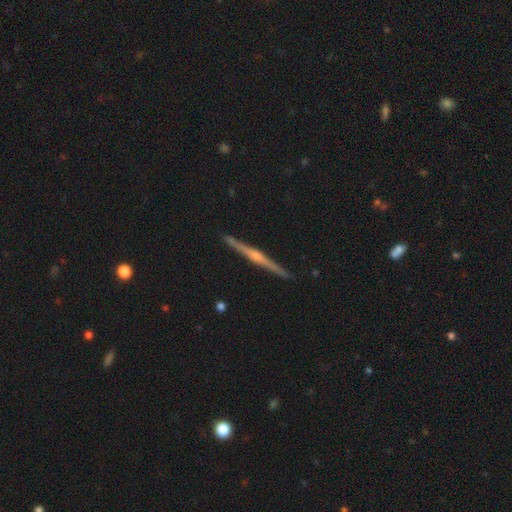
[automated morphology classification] featured or disk 82%, smooth 13%, star or artifact 5%. Down the decision tree: edge-on disk — yes (99%); edge-on bulge — rounded (78%); merging — none (92%).